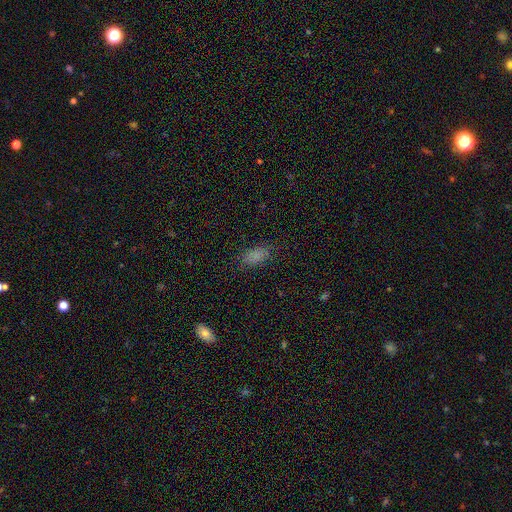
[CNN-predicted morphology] Smooth or featured: smooth — 82% (star or artifact — 13%)
How rounded: in between — 89% (cigar-shaped — 7%)
Merging: none — 79% (minor disturbance — 15%)